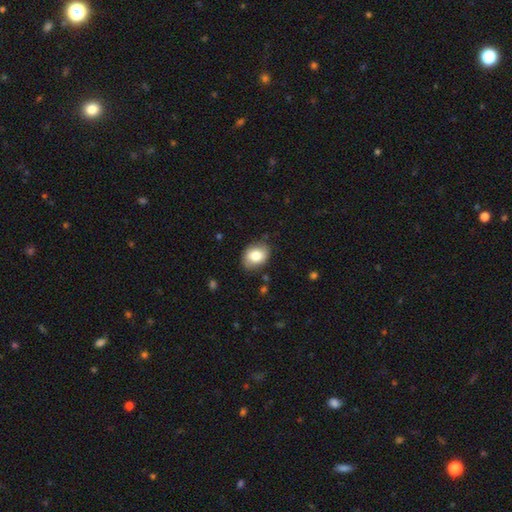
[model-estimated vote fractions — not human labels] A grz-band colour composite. It shows a smooth galaxy with no disk features (80%) that is in between round and cigar-shaped (69%). Merging: none (80%).